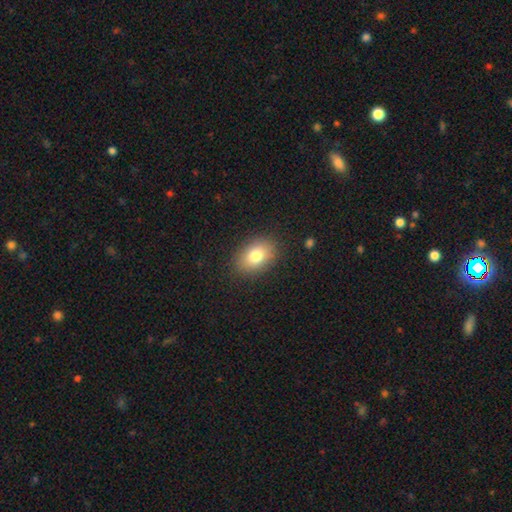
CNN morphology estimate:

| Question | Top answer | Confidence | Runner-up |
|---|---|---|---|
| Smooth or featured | smooth | 79% | featured or disk (11%) |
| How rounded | in between | 77% | round (21%) |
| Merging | none | 86% | minor disturbance (10%) |